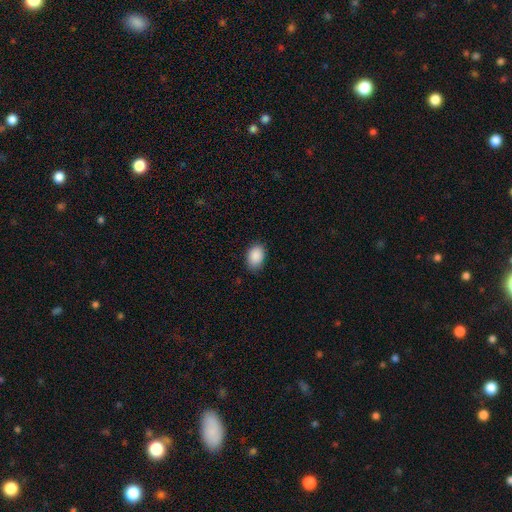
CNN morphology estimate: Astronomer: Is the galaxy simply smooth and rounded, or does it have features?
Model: smooth — 90%.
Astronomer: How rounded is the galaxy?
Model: in between — 86%.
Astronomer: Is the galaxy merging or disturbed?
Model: none — 83%.